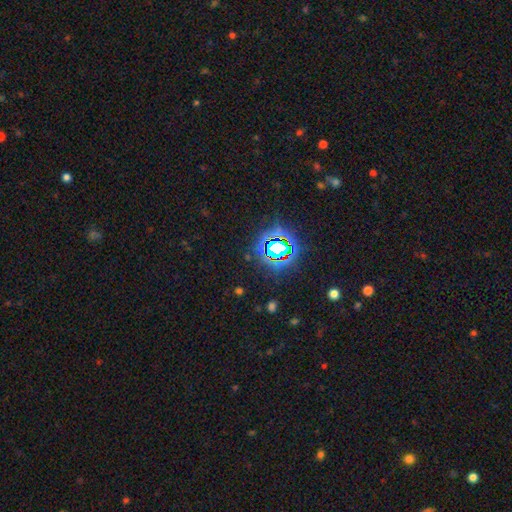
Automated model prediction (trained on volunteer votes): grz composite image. It shows a star or artifact, not a galaxy (83%).